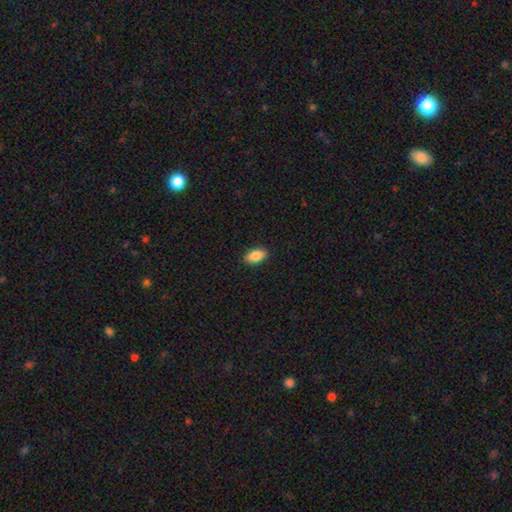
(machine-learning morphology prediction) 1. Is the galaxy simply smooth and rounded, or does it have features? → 87% smooth, 7% star or artifact, 6% featured or disk.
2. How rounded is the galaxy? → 92% in between, 5% cigar-shaped, 3% round.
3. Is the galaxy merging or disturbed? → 90% none, 8% minor disturbance, 2% major disturbance, 1% merger.